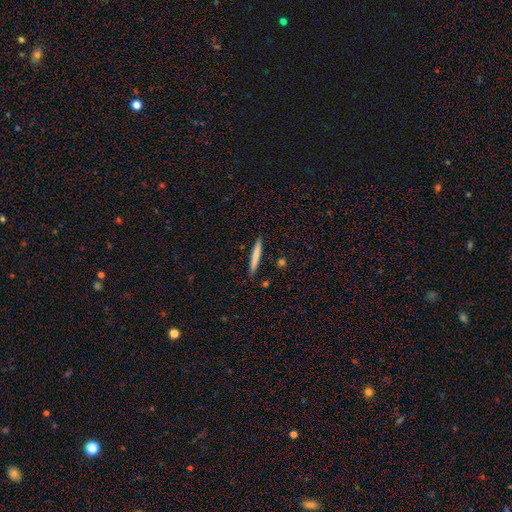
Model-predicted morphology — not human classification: Smooth or featured: smooth — 74% (featured or disk — 20%)
How rounded: cigar-shaped — 96% (in between — 3%)
Merging: none — 90% (minor disturbance — 7%)